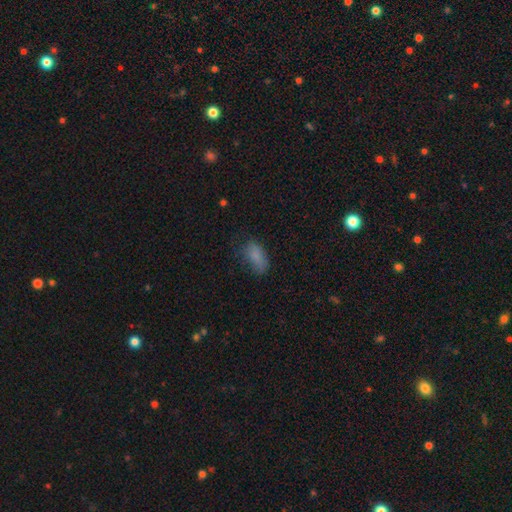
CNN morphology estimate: A smooth galaxy with no disk features (80%) that is in between round and cigar-shaped (87%). Merging: none (56%).